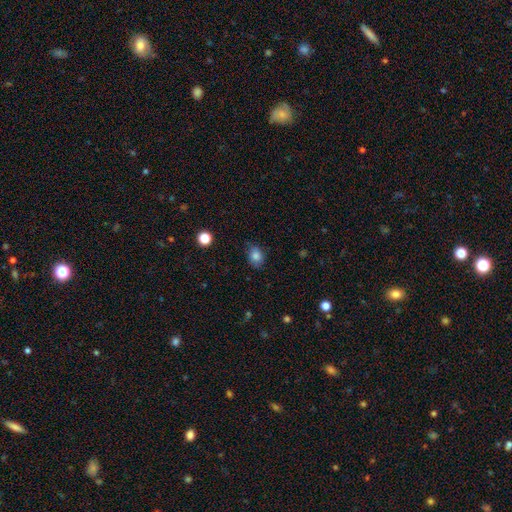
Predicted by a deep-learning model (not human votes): Smooth or featured? smooth (83%)
How rounded? in between (56%)
Merging? none (76%)